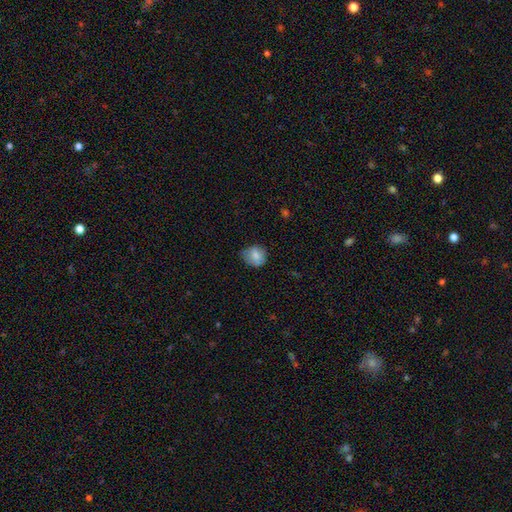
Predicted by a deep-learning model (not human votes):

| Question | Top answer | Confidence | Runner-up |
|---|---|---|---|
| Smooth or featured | smooth | 78% | featured or disk (13%) |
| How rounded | round | 72% | in between (27%) |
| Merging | none | 58% | minor disturbance (32%) |